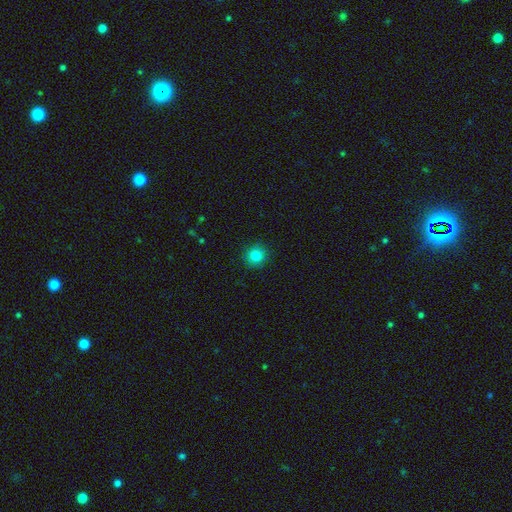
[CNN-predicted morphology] A smooth galaxy with no disk features (83%) that is round (92%).

Vote fractions:
- Smooth or featured? smooth: 83% / star or artifact: 11% / featured or disk: 6%
- How rounded? round: 92% / in between: 7% / cigar-shaped: 1%
- Merging? none: 91% / minor disturbance: 6% / major disturbance: 2% / merger: 1%